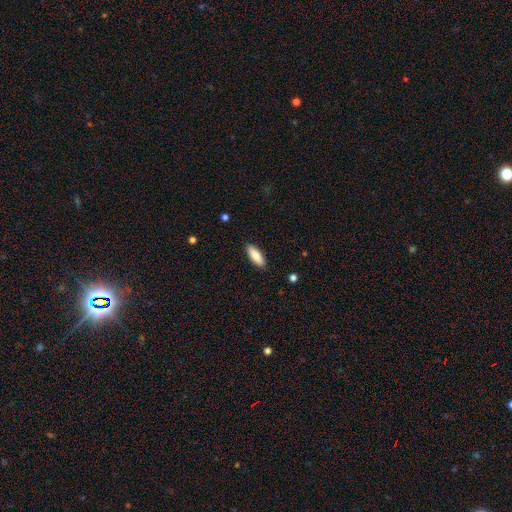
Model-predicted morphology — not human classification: A smooth galaxy with no disk features (85%) that is in between round and cigar-shaped (70%).

Vote fractions:
- Smooth or featured? smooth: 85% / featured or disk: 10% / star or artifact: 6%
- How rounded? in between: 70% / cigar-shaped: 29% / round: 2%
- Merging? none: 89% / minor disturbance: 8% / major disturbance: 2% / merger: 1%